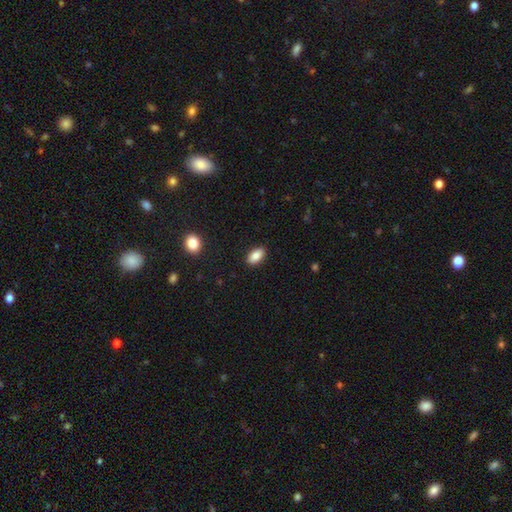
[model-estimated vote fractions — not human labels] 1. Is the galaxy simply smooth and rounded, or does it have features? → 85% smooth, 7% star or artifact, 7% featured or disk.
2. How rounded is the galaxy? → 91% in between, 5% round, 4% cigar-shaped.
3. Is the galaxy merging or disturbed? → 90% none, 8% minor disturbance, 2% major disturbance, 1% merger.